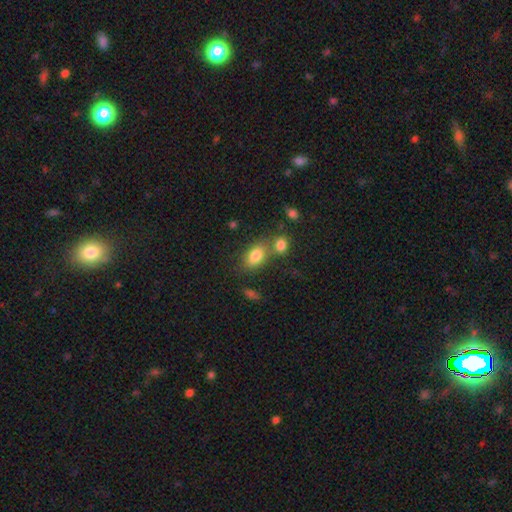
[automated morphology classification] A smooth galaxy with no disk features (81%) that is in between round and cigar-shaped (86%).

Vote fractions:
- Smooth or featured? smooth: 81% / featured or disk: 10% / star or artifact: 9%
- How rounded? in between: 86% / round: 11% / cigar-shaped: 3%
- Merging? none: 52% / merger: 29% / minor disturbance: 14% / major disturbance: 5%